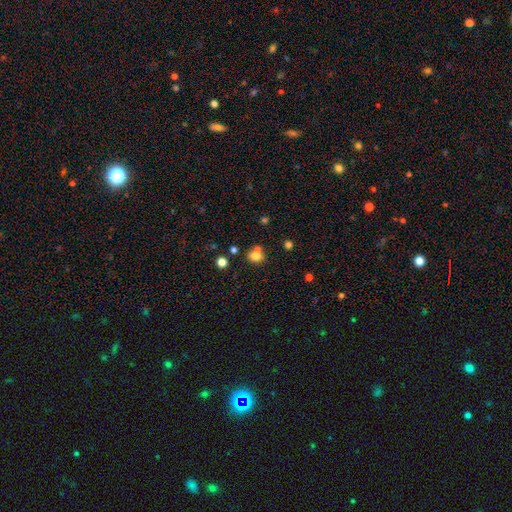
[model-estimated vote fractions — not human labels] Q: Smooth or featured?
A: smooth (76%); runner-up: star or artifact (15%)
Q: How rounded?
A: round (58%); runner-up: in between (41%)
Q: Merging?
A: none (55%); runner-up: merger (31%)